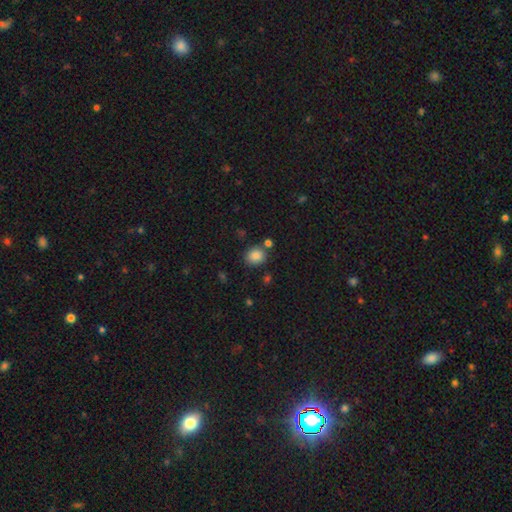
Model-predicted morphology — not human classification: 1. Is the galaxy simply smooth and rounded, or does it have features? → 85% smooth, 10% star or artifact, 5% featured or disk.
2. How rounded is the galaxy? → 66% round, 33% in between, 1% cigar-shaped.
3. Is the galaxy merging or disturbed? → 76% none, 12% minor disturbance, 9% merger, 4% major disturbance.